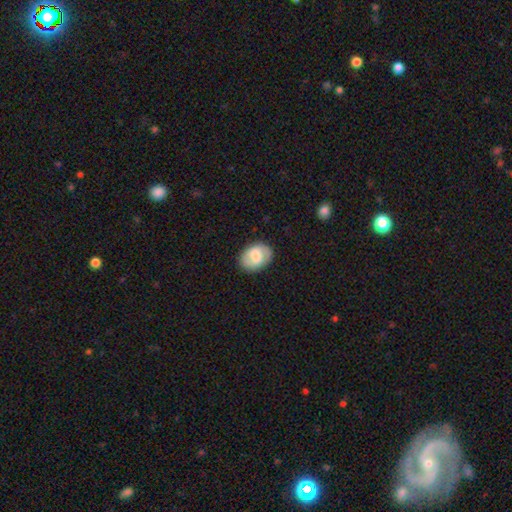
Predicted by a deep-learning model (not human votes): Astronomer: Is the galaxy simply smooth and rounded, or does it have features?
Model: featured or disk — 49% (runner-up: smooth, 44%).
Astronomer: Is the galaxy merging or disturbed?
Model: none — 84%.